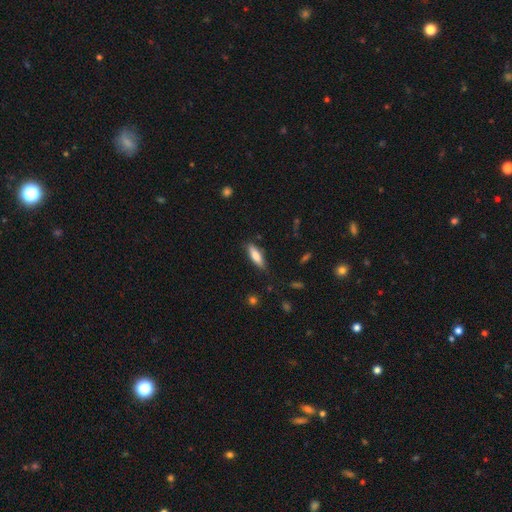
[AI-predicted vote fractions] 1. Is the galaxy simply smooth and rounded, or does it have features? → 72% smooth, 22% featured or disk, 6% star or artifact.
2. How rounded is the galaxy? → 56% cigar-shaped, 42% in between, 2% round.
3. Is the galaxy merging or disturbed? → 81% none, 15% minor disturbance, 3% major disturbance, 2% merger.